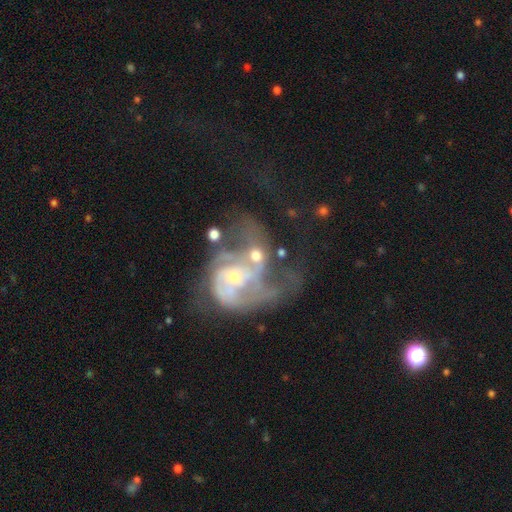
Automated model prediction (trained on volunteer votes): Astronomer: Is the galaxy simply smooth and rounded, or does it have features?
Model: featured or disk — 76%.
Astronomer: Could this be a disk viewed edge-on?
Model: no — 97%.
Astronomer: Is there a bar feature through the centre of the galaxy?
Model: no — 62%.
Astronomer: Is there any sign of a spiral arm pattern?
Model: yes — 72%.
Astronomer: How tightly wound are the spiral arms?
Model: loose — 40% (runner-up: medium, 37%).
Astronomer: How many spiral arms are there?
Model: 2 — 33% (runner-up: can't tell, 32%).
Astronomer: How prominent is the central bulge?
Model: moderate — 46% (runner-up: small, 42%).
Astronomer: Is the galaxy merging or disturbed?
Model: major disturbance — 39% (runner-up: merger, 38%).